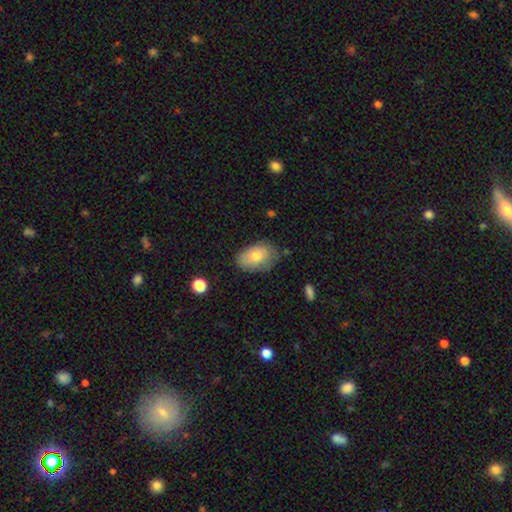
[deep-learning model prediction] Smooth or featured? Predicted: smooth (p=0.74). How rounded? Predicted: in between (p=0.90). Merging? Predicted: none (p=0.72).